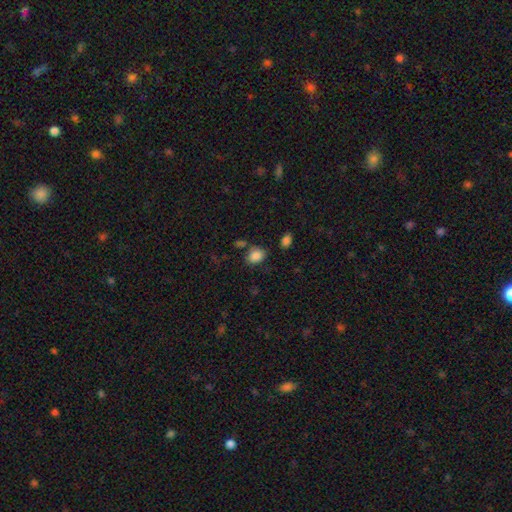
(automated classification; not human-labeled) smooth-or-featured: smooth: 86% | star or artifact: 9% | featured or disk: 5%
  how-rounded: in between: 60% | round: 39% | cigar-shaped: 1%
  merging: none: 69% | minor disturbance: 17% | merger: 9% | major disturbance: 5%